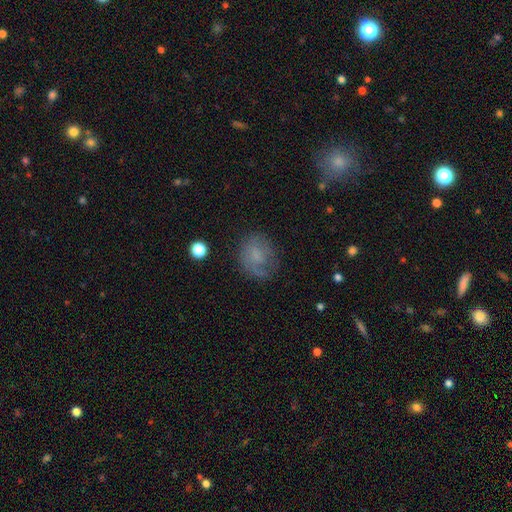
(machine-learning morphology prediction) Smooth or featured? Predicted: smooth (p=0.55). How rounded? Predicted: round (p=0.51). Merging? Predicted: none (p=0.59).